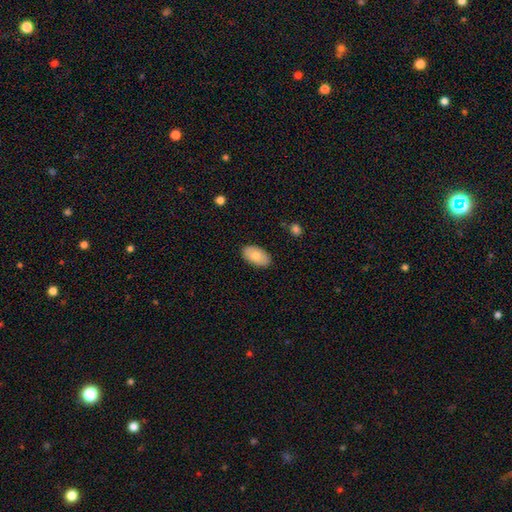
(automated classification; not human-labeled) smooth-or-featured: smooth: 78% | featured or disk: 16% | star or artifact: 6%
  how-rounded: in between: 95% | round: 4% | cigar-shaped: 2%
  merging: none: 87% | minor disturbance: 10% | major disturbance: 2% | merger: 1%